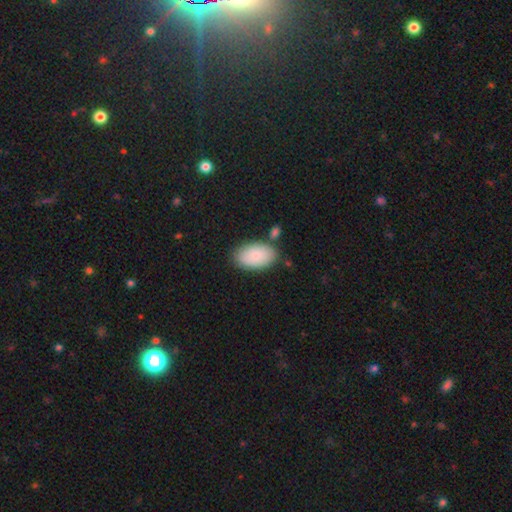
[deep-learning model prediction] This is clearly a smooth galaxy (85%). How rounded: clearly in between (95%). Merging: likely none (77%).